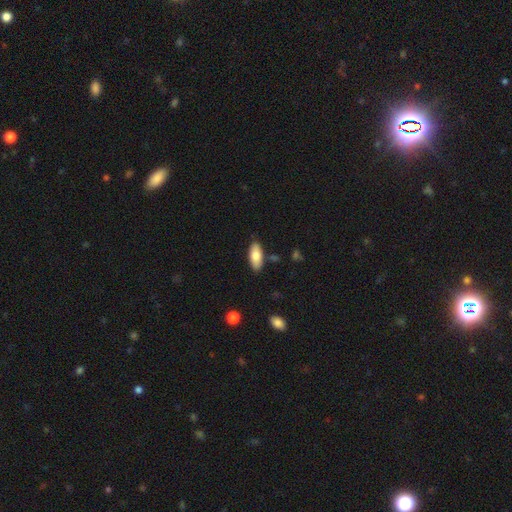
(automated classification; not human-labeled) Morphology: type=smooth (79%); roundness=in between (85%); merging=none (84%).